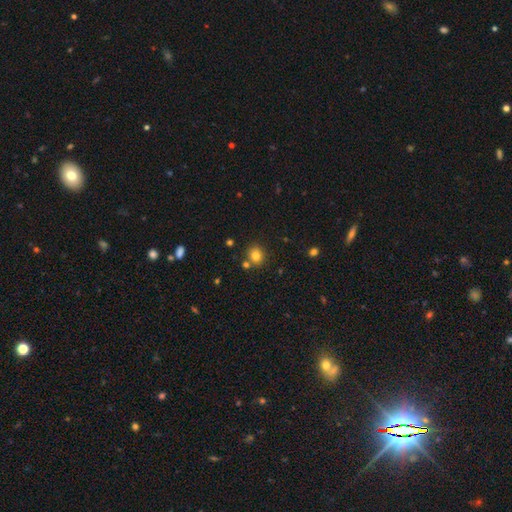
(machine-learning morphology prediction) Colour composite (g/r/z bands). It shows a smooth galaxy with no disk features (80%) that is round (78%). Merging: none (77%).